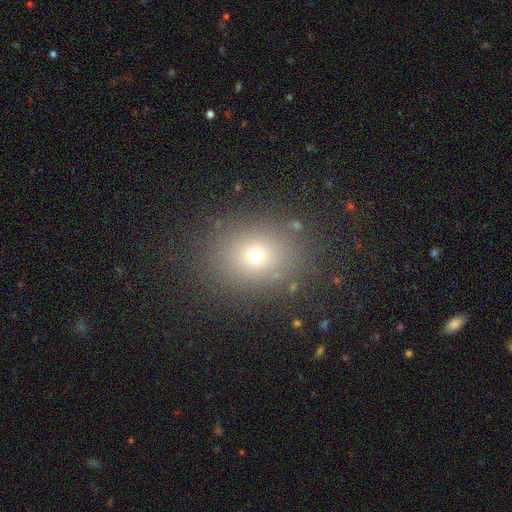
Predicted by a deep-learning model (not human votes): smooth 69%, star or artifact 20%, featured or disk 11%. Down the decision tree: how rounded — round (57%); merging — none (83%).